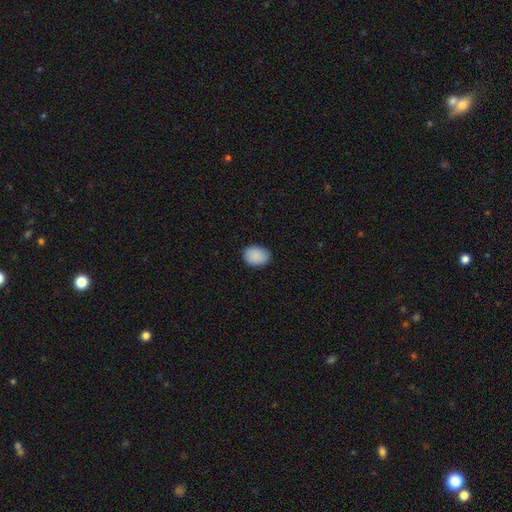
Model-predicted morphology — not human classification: Overall: smooth (89%). How rounded: in between (66%; round 34%). Merging: none (85%).